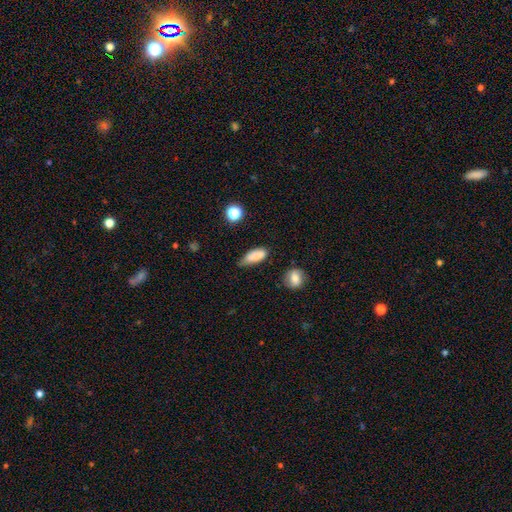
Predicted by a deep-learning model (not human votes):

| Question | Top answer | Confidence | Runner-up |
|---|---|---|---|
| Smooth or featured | smooth | 82% | featured or disk (9%) |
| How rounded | in between | 74% | cigar-shaped (21%) |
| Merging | none | 47% | minor disturbance (40%) |